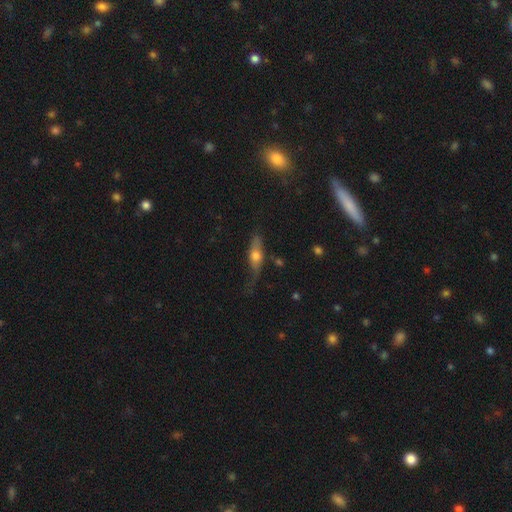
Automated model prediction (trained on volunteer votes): This appears to be a smooth galaxy with no disk features (53%) that is in between round and cigar-shaped (52%). Merging: none (48%).